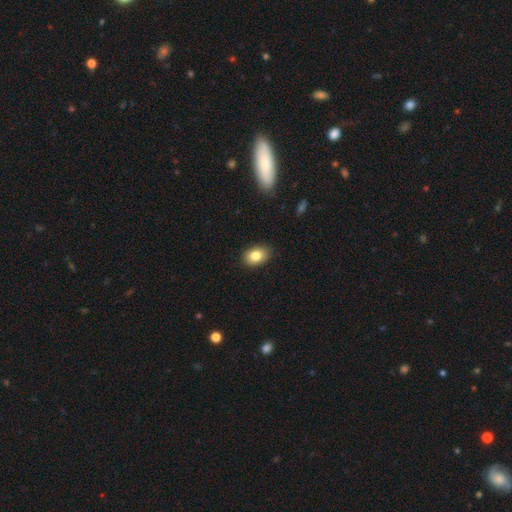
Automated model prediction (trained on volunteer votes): Morphology: type=smooth (83%); roundness=in between (81%); merging=none (88%).